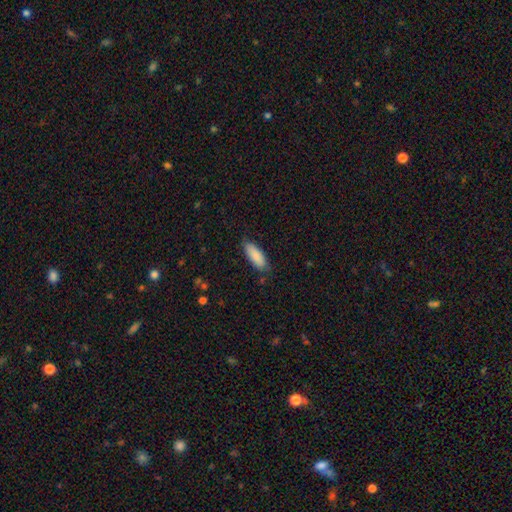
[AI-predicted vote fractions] smooth-or-featured: smooth: 88% | featured or disk: 6% | star or artifact: 6%
  how-rounded: in between: 72% | cigar-shaped: 26% | round: 2%
  merging: none: 80% | minor disturbance: 16% | major disturbance: 3% | merger: 1%